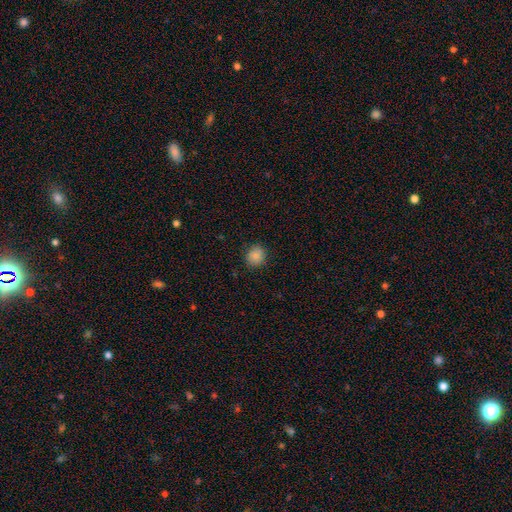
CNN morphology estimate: smooth 87%, star or artifact 10%, featured or disk 3%. Down the decision tree: how rounded — round (81%); merging — none (88%).